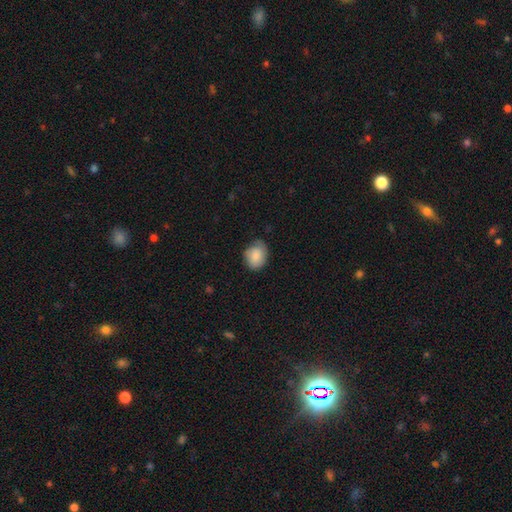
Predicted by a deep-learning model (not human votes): Smooth or featured? smooth (83%)
How rounded? in between (57%)
Merging? none (64%)